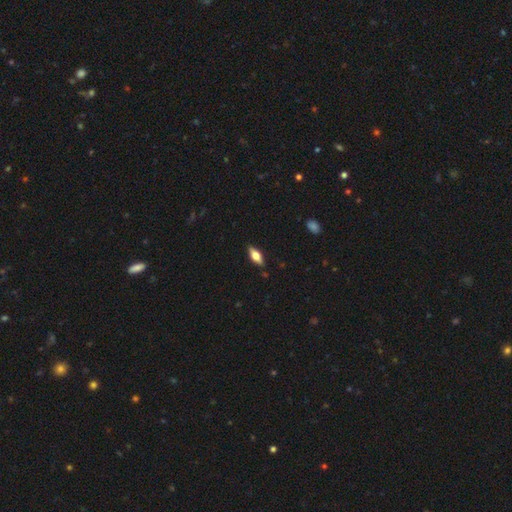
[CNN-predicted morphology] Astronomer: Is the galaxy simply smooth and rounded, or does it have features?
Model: smooth — 57% (runner-up: featured or disk, 36%).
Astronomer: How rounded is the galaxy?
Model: in between — 76%.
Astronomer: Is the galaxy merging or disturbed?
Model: none — 87%.